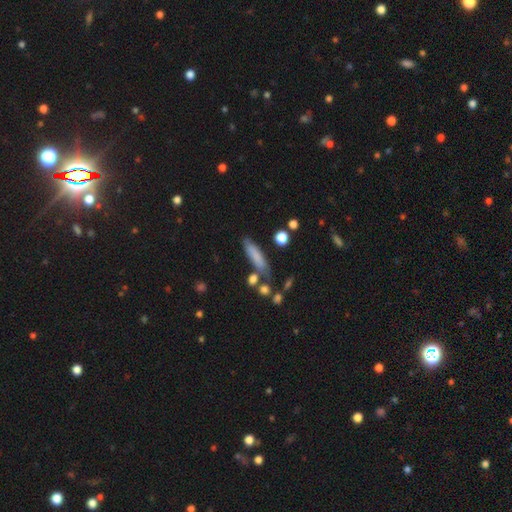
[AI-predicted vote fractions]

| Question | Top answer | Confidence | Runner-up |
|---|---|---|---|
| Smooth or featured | smooth | 76% | featured or disk (15%) |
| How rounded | cigar-shaped | 72% | in between (26%) |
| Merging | none | 65% | minor disturbance (18%) |